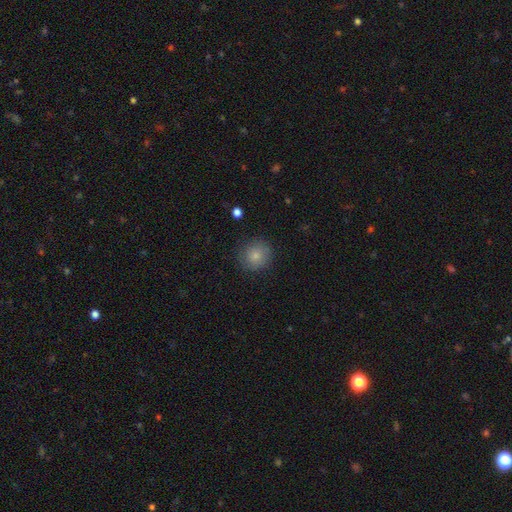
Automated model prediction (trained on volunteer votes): A smooth galaxy with no disk features (82%) that is round (91%).

Vote fractions:
- Smooth or featured? smooth: 82% / star or artifact: 10% / featured or disk: 8%
- How rounded? round: 91% / in between: 8% / cigar-shaped: 1%
- Merging? none: 84% / minor disturbance: 11% / major disturbance: 3% / merger: 1%